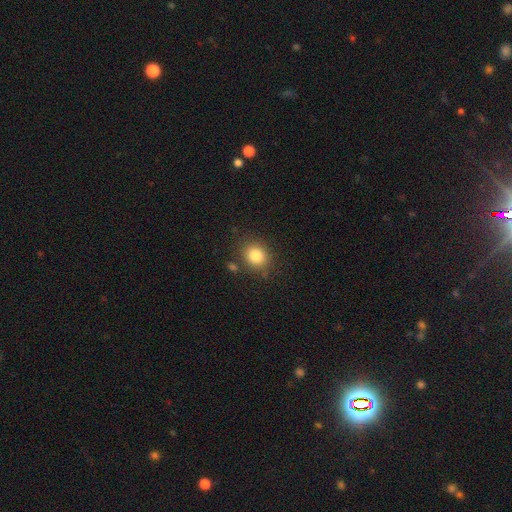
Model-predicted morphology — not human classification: smooth 83%, star or artifact 11%, featured or disk 7%. Down the decision tree: how rounded — round (71%); merging — none (81%).